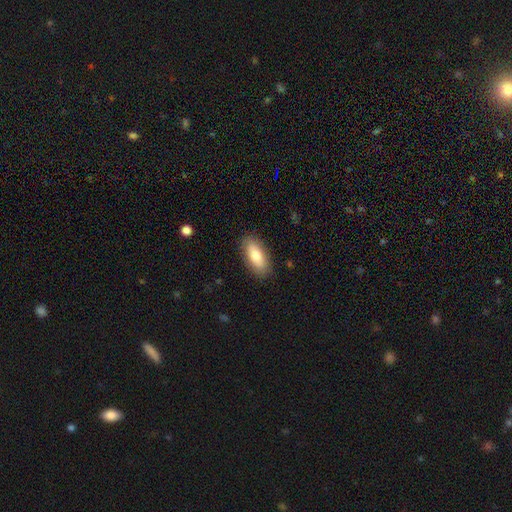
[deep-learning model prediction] Morphology: type=smooth (76%); roundness=in between (87%); merging=none (87%).